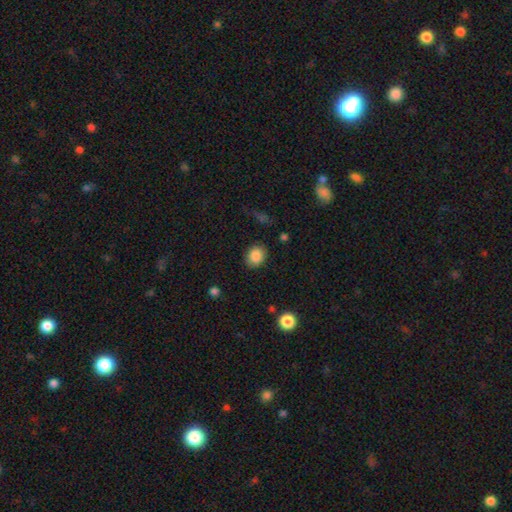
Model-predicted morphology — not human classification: Smooth or featured?
  - smooth: 86% *
  - star or artifact: 9%
  - featured or disk: 5%
How rounded?
  - round: 54% *
  - in between: 45%
  - cigar-shaped: 1%
Merging?
  - none: 86% *
  - minor disturbance: 9%
  - major disturbance: 3%
  - merger: 1%